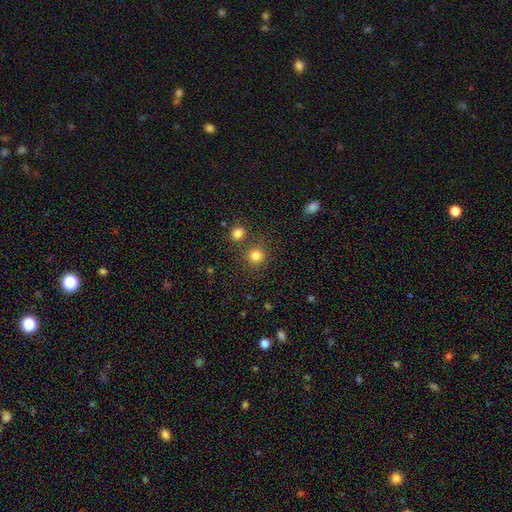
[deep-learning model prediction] This is clearly a smooth galaxy (81%). How rounded: clearly round (90%). Merging: likely none (75%).